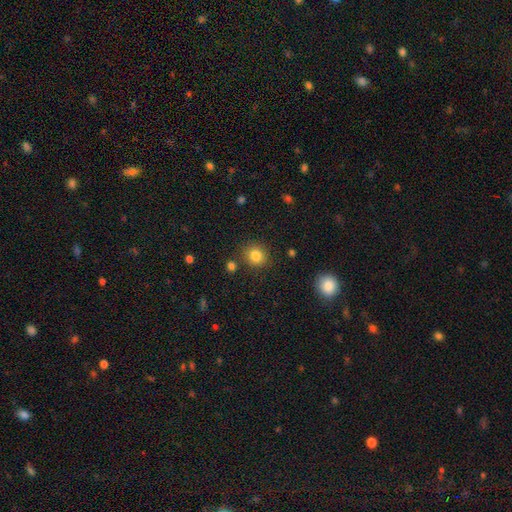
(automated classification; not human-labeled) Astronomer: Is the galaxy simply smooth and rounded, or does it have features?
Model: smooth — 83%.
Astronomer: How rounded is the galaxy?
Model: round — 84%.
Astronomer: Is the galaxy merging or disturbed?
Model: none — 85%.